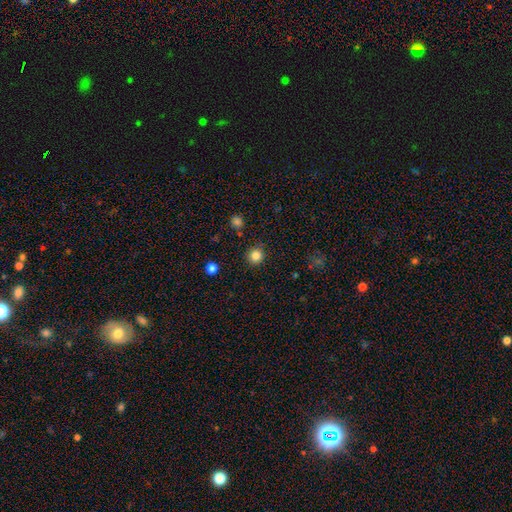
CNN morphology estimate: type=smooth (83%); roundness=round (94%); merging=none (91%).